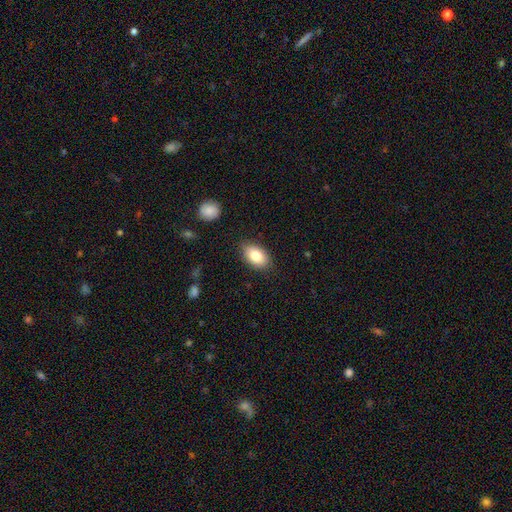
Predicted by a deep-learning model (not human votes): This appears to be a smooth galaxy with no disk features (83%) that is in between round and cigar-shaped (90%). Merging: none (84%).